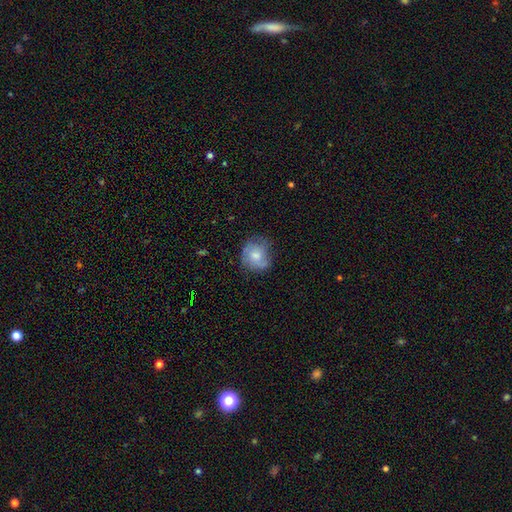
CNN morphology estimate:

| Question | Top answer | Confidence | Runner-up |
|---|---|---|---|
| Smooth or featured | smooth | 53% | featured or disk (39%) |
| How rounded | round | 71% | in between (28%) |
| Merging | none | 58% | minor disturbance (28%) |